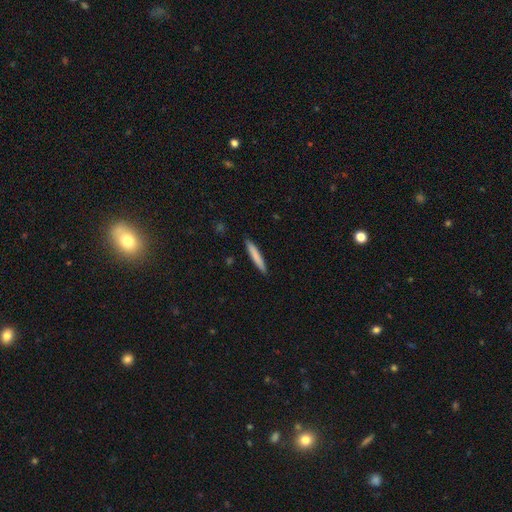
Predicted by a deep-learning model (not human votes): smooth_or_featured: smooth (p=0.79) [alt: featured or disk p=0.15]
how_rounded: cigar-shaped (p=0.95) [alt: in between p=0.04]
merging: none (p=0.90) [alt: minor disturbance p=0.07]